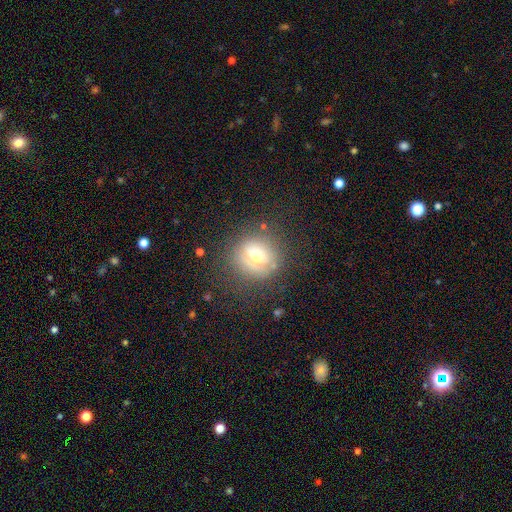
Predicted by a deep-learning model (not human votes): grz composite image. It shows a smooth galaxy with no disk features (62%) that is round (79%). Merging: none (69%).